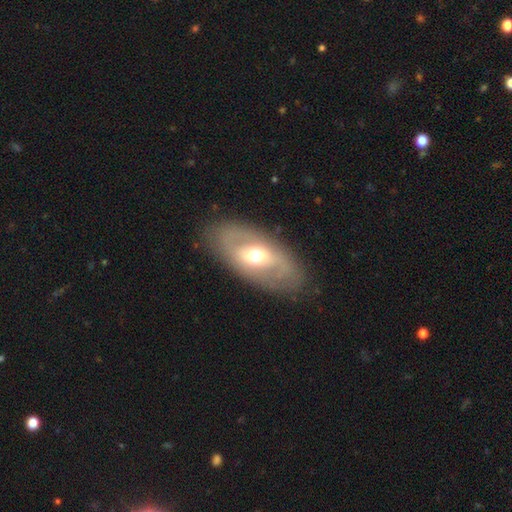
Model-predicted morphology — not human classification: smooth_or_featured: featured or disk (p=0.61) [alt: smooth p=0.33]
disk_edge_on: no (p=0.87) [alt: yes p=0.13]
bar: no (p=0.43) [alt: weak p=0.35]
has_spiral_arms: no (p=0.64) [alt: yes p=0.36]
bulge_size: moderate (p=0.67) [alt: small p=0.20]
merging: none (p=0.82) [alt: minor disturbance p=0.11]